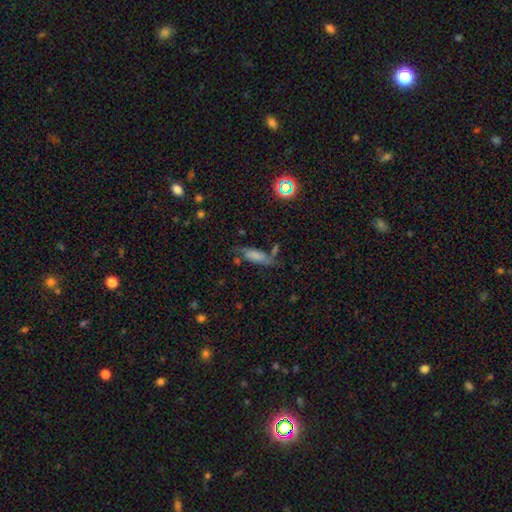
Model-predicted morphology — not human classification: type=smooth (55%); roundness=in between (66%); merging=none (47%).